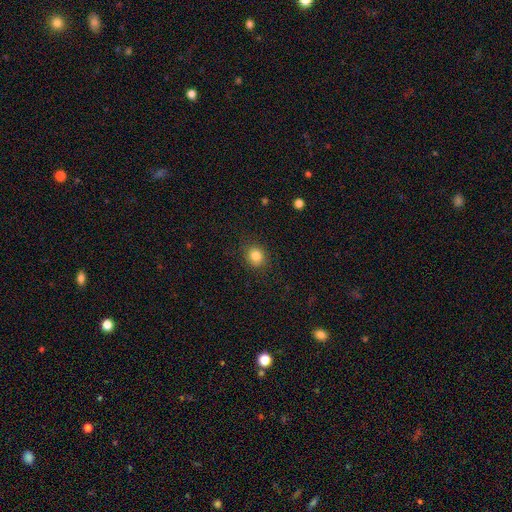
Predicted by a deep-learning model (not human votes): smooth_or_featured: smooth (p=0.84) [alt: star or artifact p=0.11]
how_rounded: round (p=0.82) [alt: in between p=0.17]
merging: none (p=0.87) [alt: minor disturbance p=0.09]